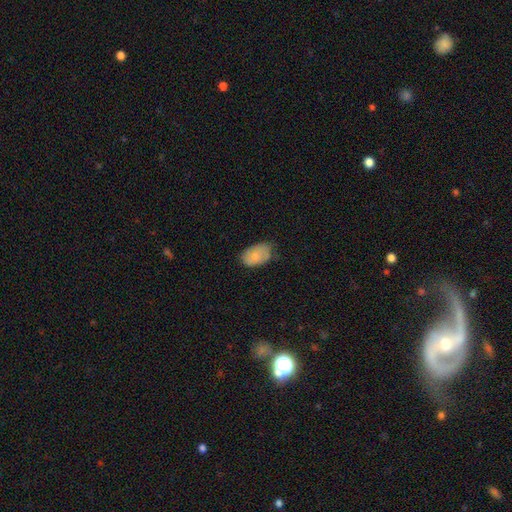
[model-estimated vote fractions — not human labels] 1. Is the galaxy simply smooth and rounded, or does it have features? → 78% smooth, 16% featured or disk, 6% star or artifact.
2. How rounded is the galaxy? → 91% in between, 8% round, 1% cigar-shaped.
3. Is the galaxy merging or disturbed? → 63% none, 30% minor disturbance, 6% major disturbance, 1% merger.